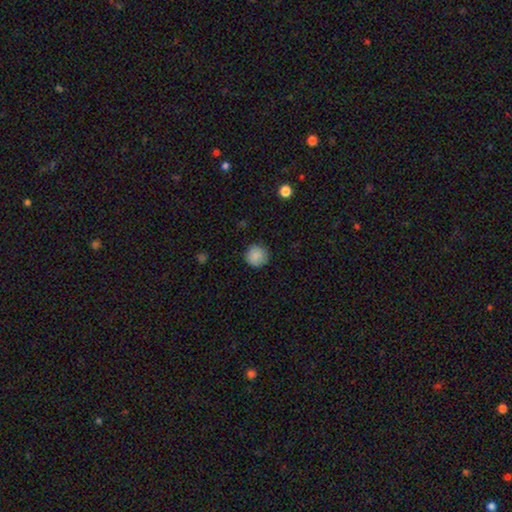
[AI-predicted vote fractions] Overall: smooth (88%). How rounded: round (94%). Merging: none (88%).